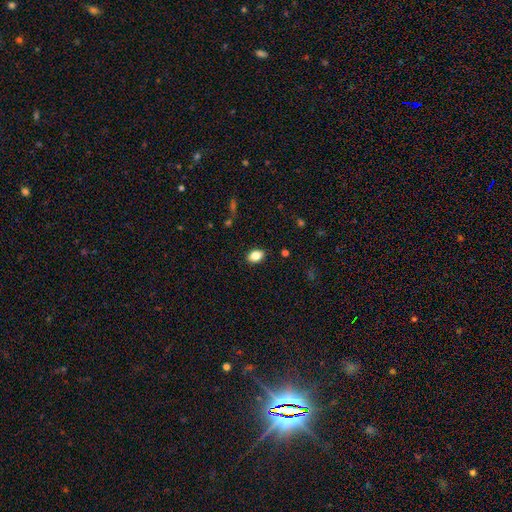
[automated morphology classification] A smooth galaxy with no disk features (85%) that is in between round and cigar-shaped (81%).

Vote fractions:
- Smooth or featured? smooth: 85% / star or artifact: 9% / featured or disk: 7%
- How rounded? in between: 81% / round: 17% / cigar-shaped: 1%
- Merging? none: 88% / minor disturbance: 9% / major disturbance: 2% / merger: 1%